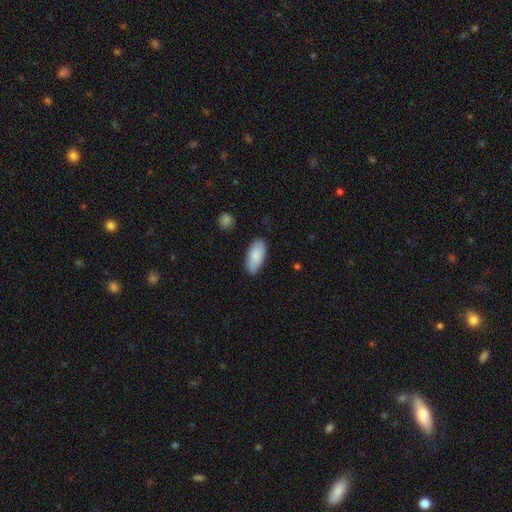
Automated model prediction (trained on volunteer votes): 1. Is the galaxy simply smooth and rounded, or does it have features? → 86% smooth, 8% featured or disk, 5% star or artifact.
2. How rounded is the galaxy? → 89% in between, 9% cigar-shaped, 2% round.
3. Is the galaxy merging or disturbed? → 84% none, 12% minor disturbance, 2% major disturbance, 1% merger.